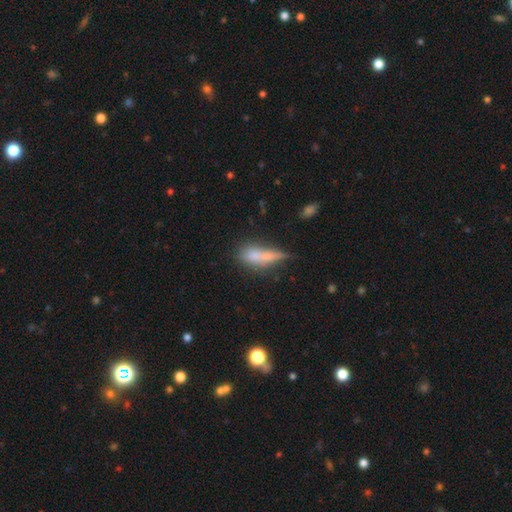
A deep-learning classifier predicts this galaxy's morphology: Smooth or featured?
  - smooth: 63% *
  - featured or disk: 25%
  - star or artifact: 12%
How rounded?
  - cigar-shaped: 63% *
  - in between: 33%
  - round: 3%
Merging?
  - none: 44% *
  - minor disturbance: 29%
  - major disturbance: 14%
  - merger: 13%